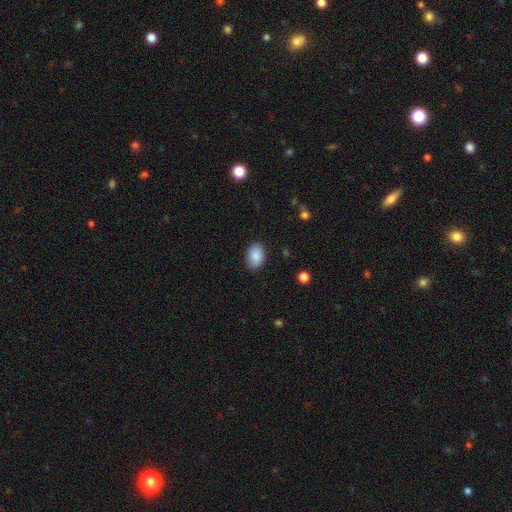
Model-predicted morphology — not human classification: Smooth or featured: smooth — 88% (star or artifact — 7%)
How rounded: in between — 86% (round — 13%)
Merging: none — 86% (minor disturbance — 11%)